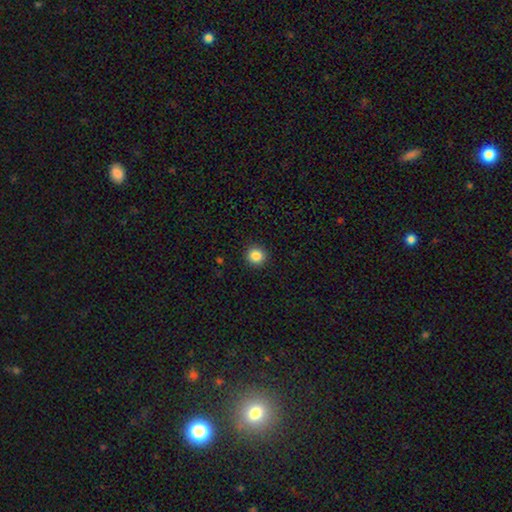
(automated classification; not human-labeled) Overall: smooth (85%). How rounded: round (93%). Merging: none (92%).